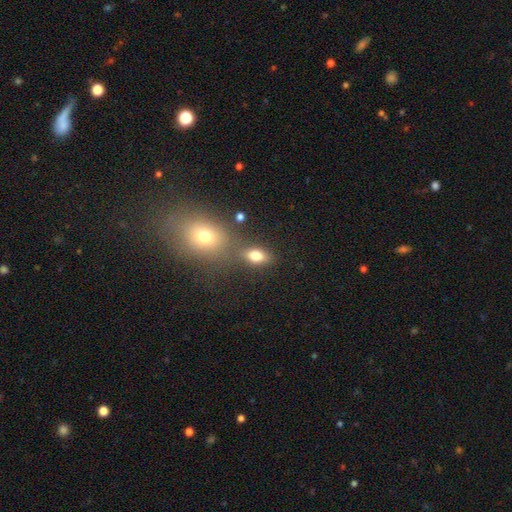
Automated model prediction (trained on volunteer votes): Smooth or featured? Predicted: smooth (p=0.78). How rounded? Predicted: in between (p=0.79). Merging? Predicted: none (p=0.64).